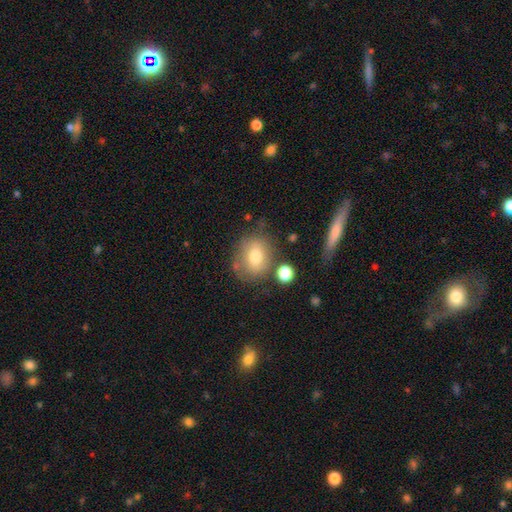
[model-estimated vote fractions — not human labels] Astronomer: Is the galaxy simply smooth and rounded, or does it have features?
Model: smooth — 72%.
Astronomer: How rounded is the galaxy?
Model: round — 69%.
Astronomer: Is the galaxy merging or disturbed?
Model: none — 67%.